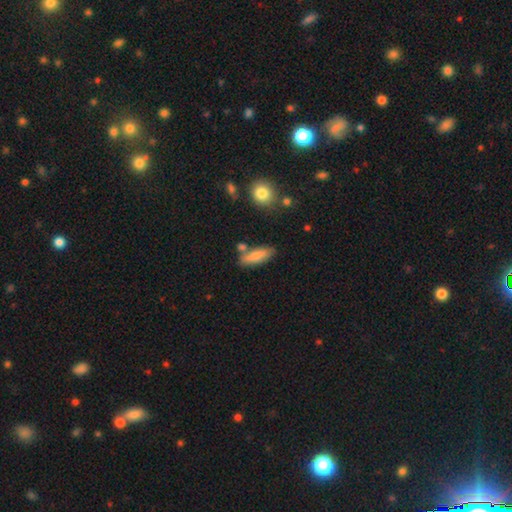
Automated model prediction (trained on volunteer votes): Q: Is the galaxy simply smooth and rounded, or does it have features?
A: smooth — 67%.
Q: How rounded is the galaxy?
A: in between — 53%.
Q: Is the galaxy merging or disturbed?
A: none — 69%.